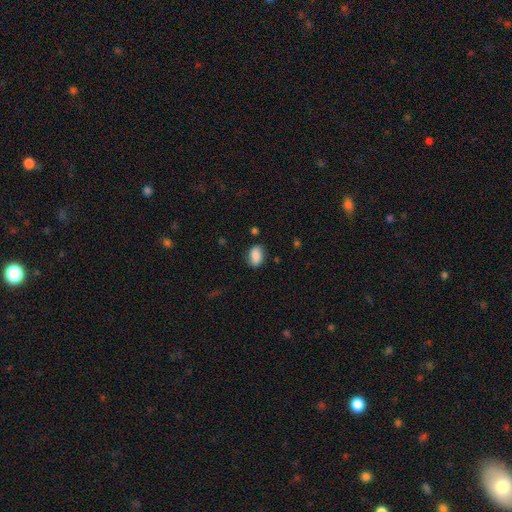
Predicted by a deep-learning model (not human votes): Smooth or featured?
  - smooth: 85% *
  - star or artifact: 8%
  - featured or disk: 7%
How rounded?
  - in between: 82% *
  - round: 16%
  - cigar-shaped: 2%
Merging?
  - none: 78% *
  - minor disturbance: 16%
  - major disturbance: 4%
  - merger: 2%